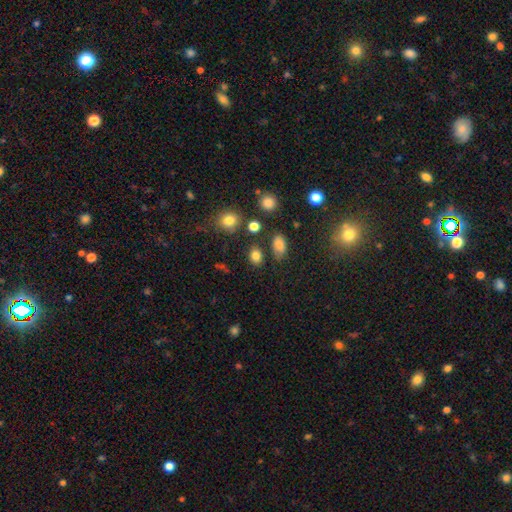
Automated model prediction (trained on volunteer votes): Q: Smooth or featured?
A: smooth (80%); runner-up: star or artifact (13%)
Q: How rounded?
A: in between (66%); runner-up: round (32%)
Q: Merging?
A: none (75%); runner-up: minor disturbance (14%)